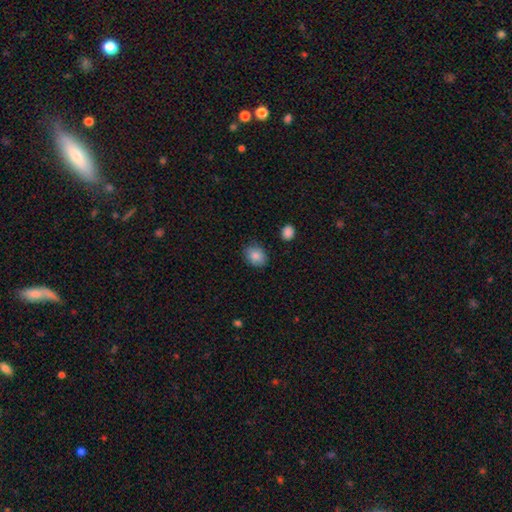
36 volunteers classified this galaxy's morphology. Smooth or featured? 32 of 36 (89%) said smooth. How rounded? 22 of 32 (69%) said in between. Merging? 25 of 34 (74%) said none.